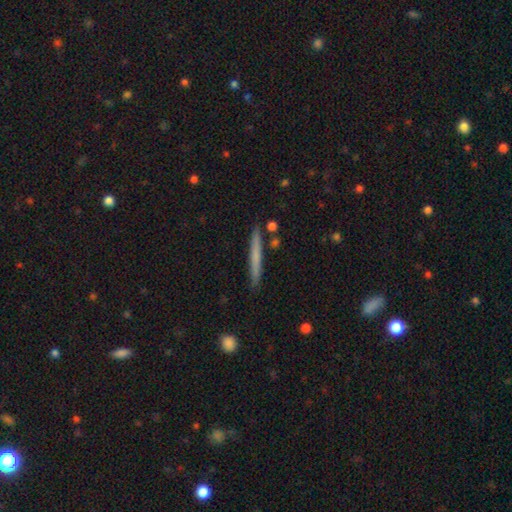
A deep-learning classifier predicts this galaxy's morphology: A smooth galaxy with no disk features (63%) that is cigar-shaped (97%). Merging: none (89%).